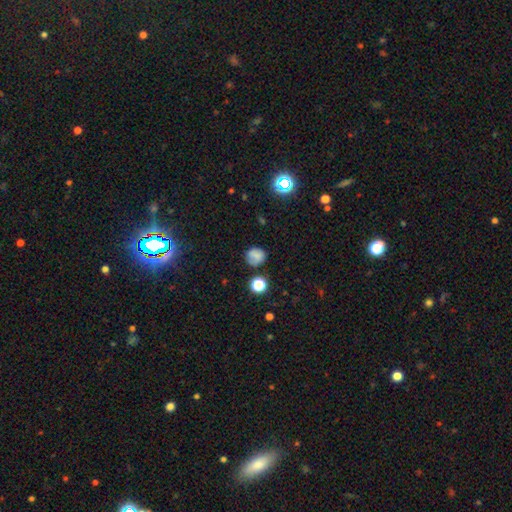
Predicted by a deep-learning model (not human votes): A smooth galaxy with no disk features (73%) that is round (80%). Merging: none (70%).